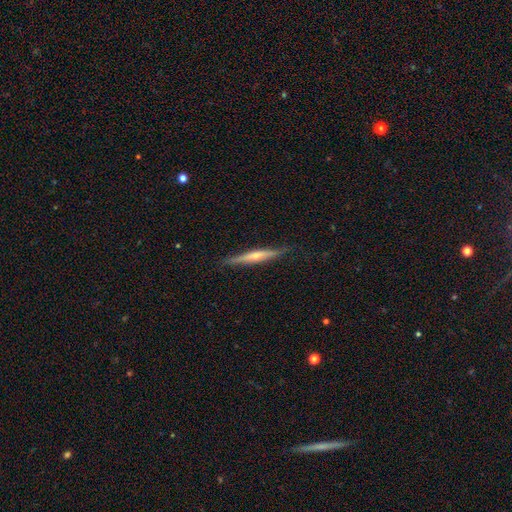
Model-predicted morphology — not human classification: Overall: featured or disk (67%; smooth 27%). Edge-on disk: yes (96%). Edge-on bulge: rounded (71%). Merging: none (86%).